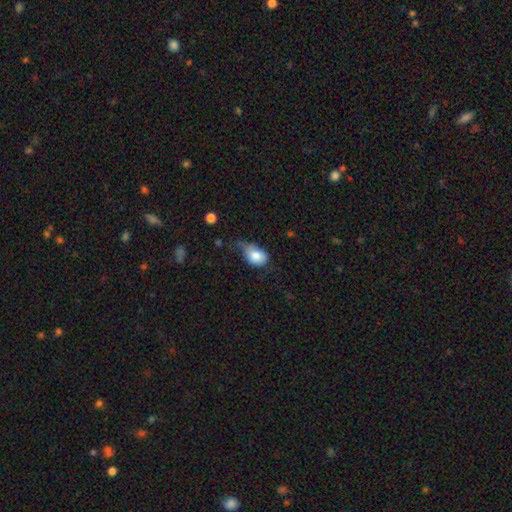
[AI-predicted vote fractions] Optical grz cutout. It shows a smooth galaxy with no disk features (81%) that is in between round and cigar-shaped (73%). Merging: minor disturbance (44%).